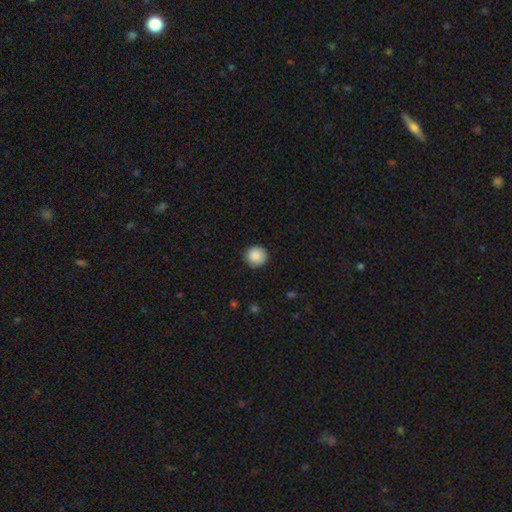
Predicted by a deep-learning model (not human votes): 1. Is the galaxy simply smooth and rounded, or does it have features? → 89% smooth, 8% star or artifact, 3% featured or disk.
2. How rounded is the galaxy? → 95% round, 4% in between, 1% cigar-shaped.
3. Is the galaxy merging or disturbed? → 89% none, 8% minor disturbance, 2% major disturbance, 1% merger.